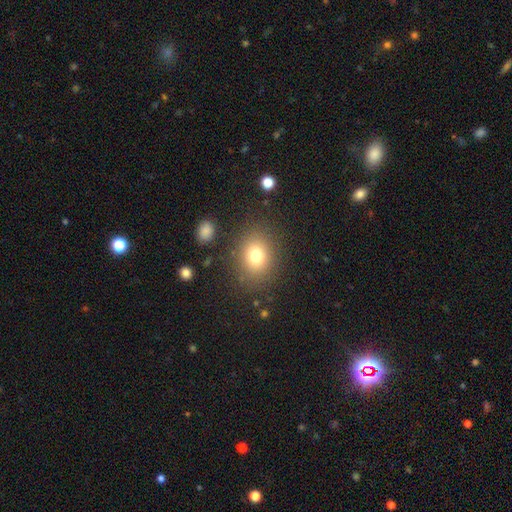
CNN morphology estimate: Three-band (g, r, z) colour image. It shows a smooth galaxy with no disk features (76%) that is round (58%). Merging: none (84%).